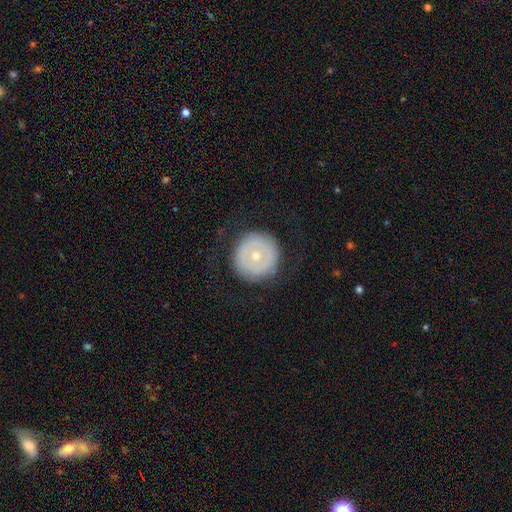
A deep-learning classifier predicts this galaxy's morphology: Smooth or featured? Predicted: smooth (p=0.48). Merging? Predicted: none (p=0.85).